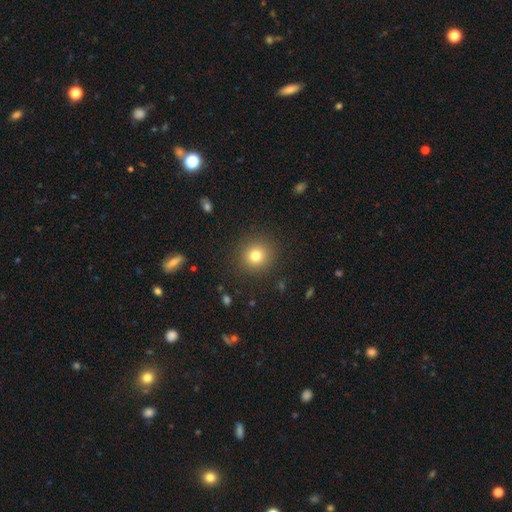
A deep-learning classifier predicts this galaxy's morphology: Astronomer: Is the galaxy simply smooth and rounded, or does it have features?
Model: smooth — 79%.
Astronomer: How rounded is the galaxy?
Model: round — 91%.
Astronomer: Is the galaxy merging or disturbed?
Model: none — 90%.